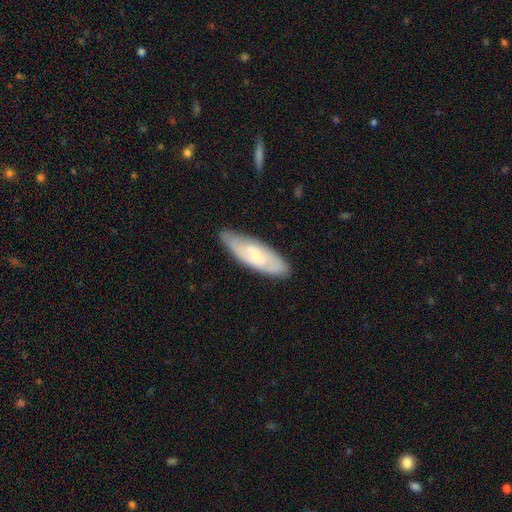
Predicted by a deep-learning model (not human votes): Smooth or featured? smooth (49%)
Merging? none (75%)